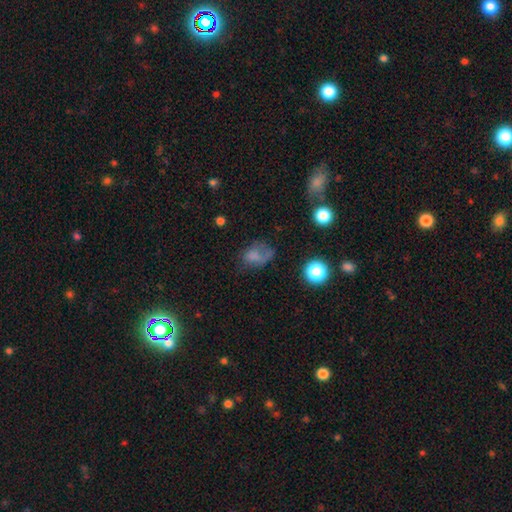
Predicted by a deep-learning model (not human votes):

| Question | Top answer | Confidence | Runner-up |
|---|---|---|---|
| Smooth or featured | smooth | 64% | featured or disk (19%) |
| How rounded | in between | 71% | round (27%) |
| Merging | none | 34% | tied: major disturbance (34%) |